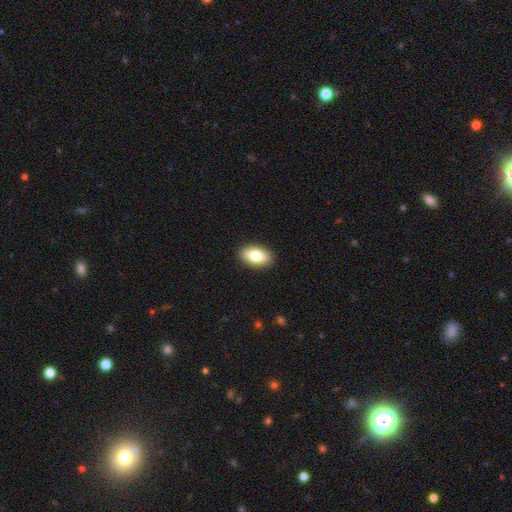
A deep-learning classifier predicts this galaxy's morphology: This appears to be a smooth galaxy with no disk features (80%) that is in between round and cigar-shaped (91%). Merging: none (91%).